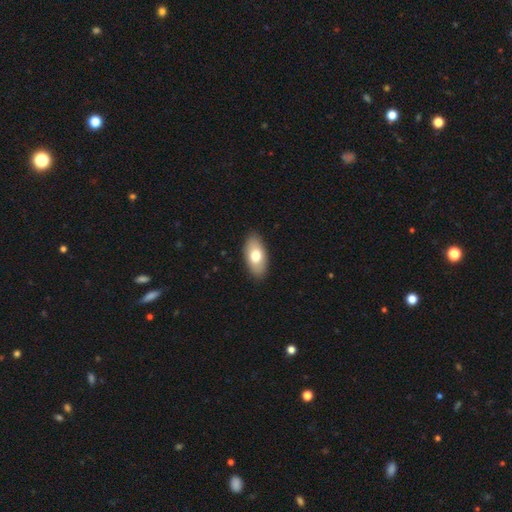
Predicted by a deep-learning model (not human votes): smooth-or-featured: smooth: 73% | featured or disk: 21% | star or artifact: 6%
  how-rounded: in between: 92% | cigar-shaped: 5% | round: 3%
  merging: none: 89% | minor disturbance: 8% | major disturbance: 2% | merger: 1%